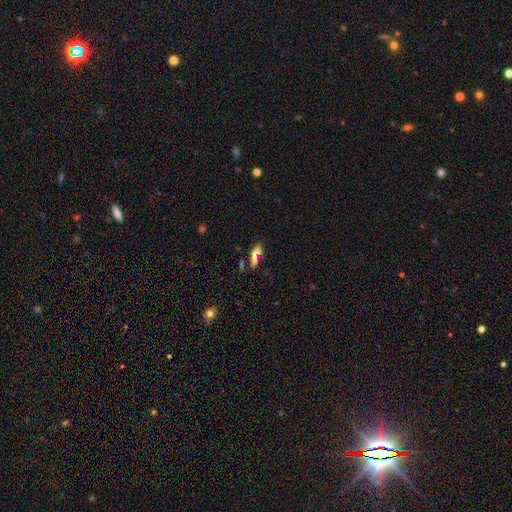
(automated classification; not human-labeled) The model was most divided on "how rounded": in between: 49%, cigar-shaped: 48%, round: 3%. More confident: merging — none (79%); smooth or featured — smooth (61%).